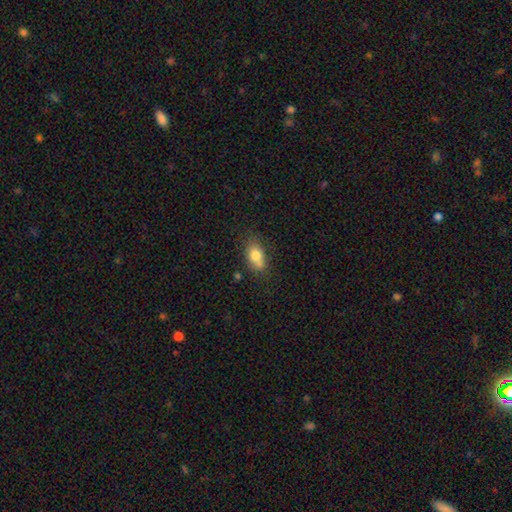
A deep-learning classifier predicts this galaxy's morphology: Smooth or featured?
  - smooth: 77% *
  - featured or disk: 14%
  - star or artifact: 9%
How rounded?
  - in between: 80% *
  - round: 17%
  - cigar-shaped: 3%
Merging?
  - none: 59% *
  - minor disturbance: 22%
  - merger: 13%
  - major disturbance: 6%